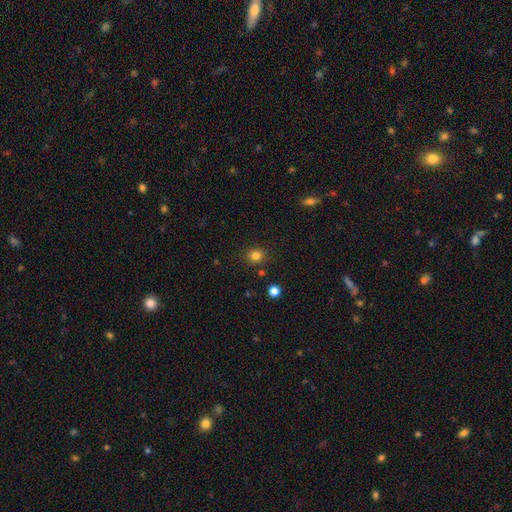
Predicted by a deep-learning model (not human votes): Smooth or featured: smooth — 81% (star or artifact — 14%)
How rounded: round — 78% (in between — 21%)
Merging: none — 85% (minor disturbance — 9%)